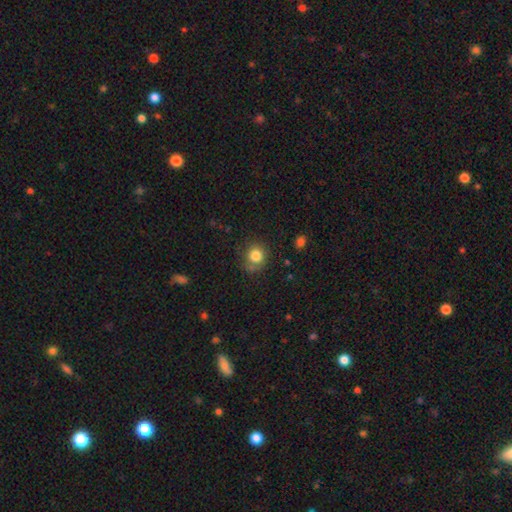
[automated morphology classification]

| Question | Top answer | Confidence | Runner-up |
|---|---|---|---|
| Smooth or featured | smooth | 82% | star or artifact (11%) |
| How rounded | round | 85% | in between (14%) |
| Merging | none | 71% | minor disturbance (18%) |